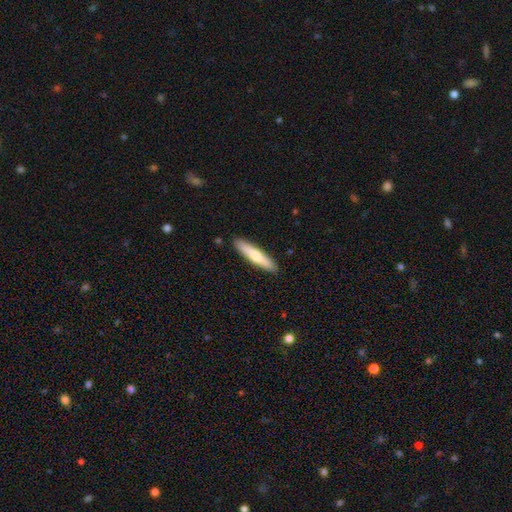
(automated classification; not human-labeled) Smooth or featured?
  - smooth: 68% *
  - featured or disk: 27%
  - star or artifact: 5%
How rounded?
  - cigar-shaped: 86% *
  - in between: 13%
  - round: 1%
Merging?
  - none: 90% *
  - minor disturbance: 8%
  - major disturbance: 1%
  - merger: 1%